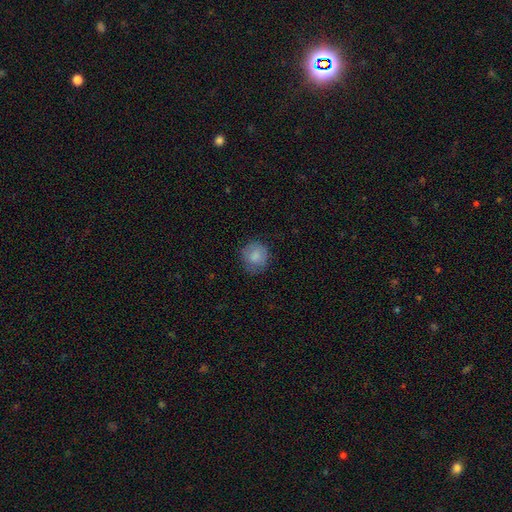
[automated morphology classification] smooth_or_featured: smooth (p=0.83) [alt: featured or disk p=0.09]
how_rounded: round (p=0.86) [alt: in between p=0.13]
merging: none (p=0.76) [alt: minor disturbance p=0.18]